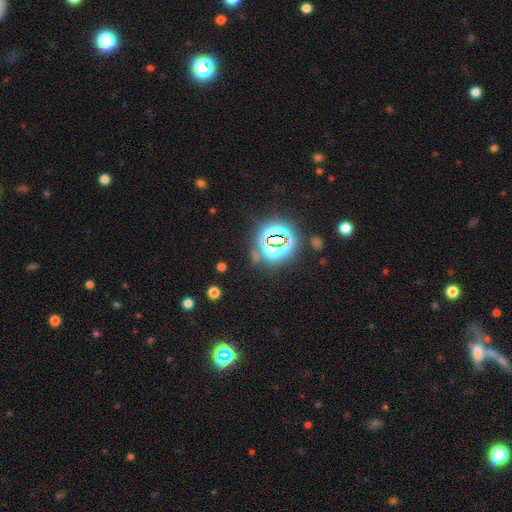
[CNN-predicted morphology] This appears to be a star or artifact, not a galaxy (76%).